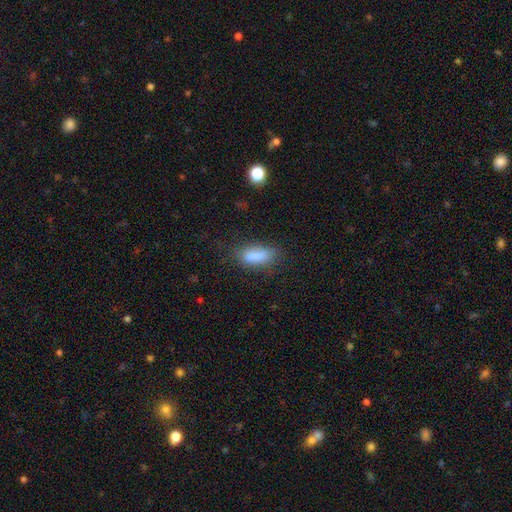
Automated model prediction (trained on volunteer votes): Q: Smooth or featured?
A: smooth (84%); runner-up: star or artifact (9%)
Q: How rounded?
A: in between (80%); runner-up: cigar-shaped (16%)
Q: Merging?
A: none (69%); runner-up: minor disturbance (21%)